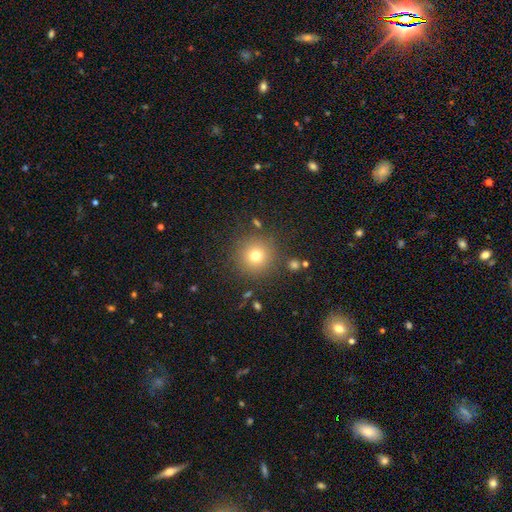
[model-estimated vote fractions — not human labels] Smooth or featured?
  - smooth: 74% *
  - star or artifact: 16%
  - featured or disk: 10%
How rounded?
  - round: 95% *
  - in between: 4%
  - cigar-shaped: 1%
Merging?
  - none: 86% *
  - minor disturbance: 7%
  - major disturbance: 3%
  - merger: 3%